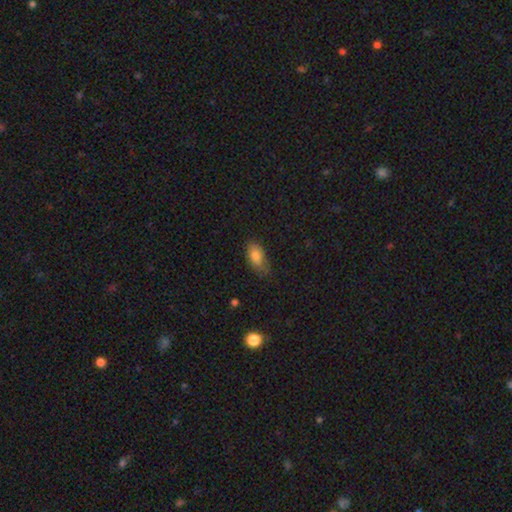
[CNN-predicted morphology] Smooth or featured? smooth (82%)
How rounded? in between (90%)
Merging? none (65%)